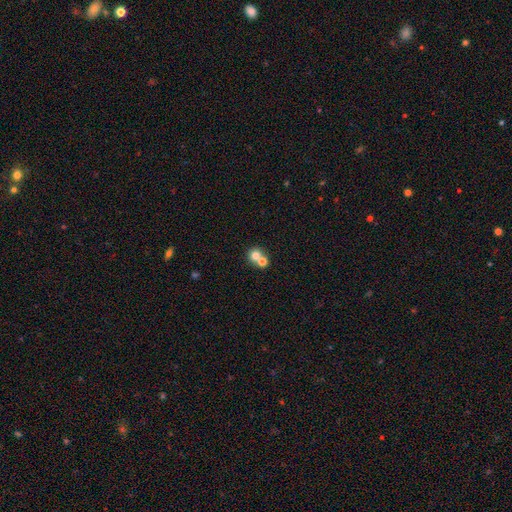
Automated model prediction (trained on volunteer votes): This is likely a smooth galaxy (74%). How rounded: clearly round (86%). Merging: possibly merger (51%).